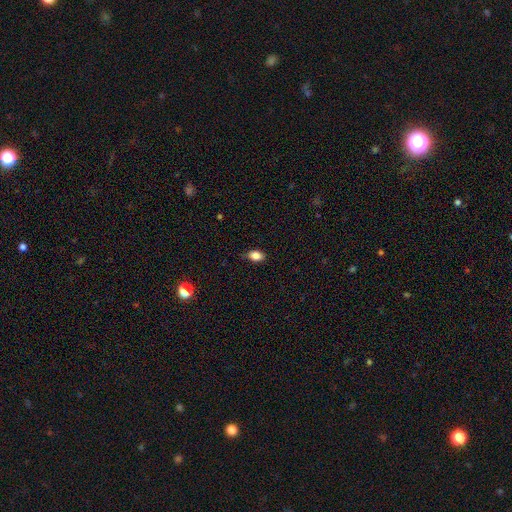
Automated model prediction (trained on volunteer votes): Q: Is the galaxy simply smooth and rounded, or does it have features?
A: smooth — 84%.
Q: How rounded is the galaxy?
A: in between — 84%.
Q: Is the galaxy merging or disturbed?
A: none — 77%.